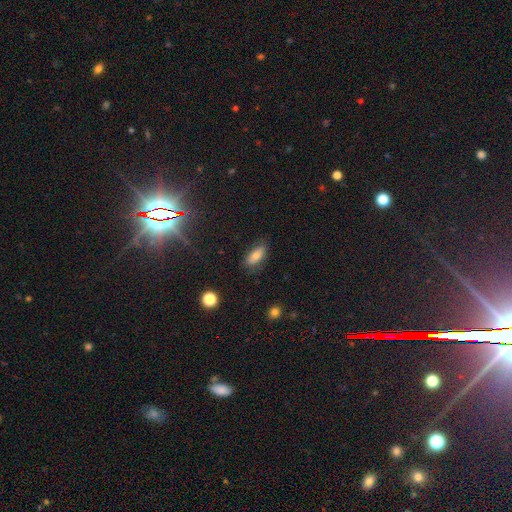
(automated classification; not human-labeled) A smooth galaxy with no disk features (76%) that is in between round and cigar-shaped (79%). Merging: none (78%).